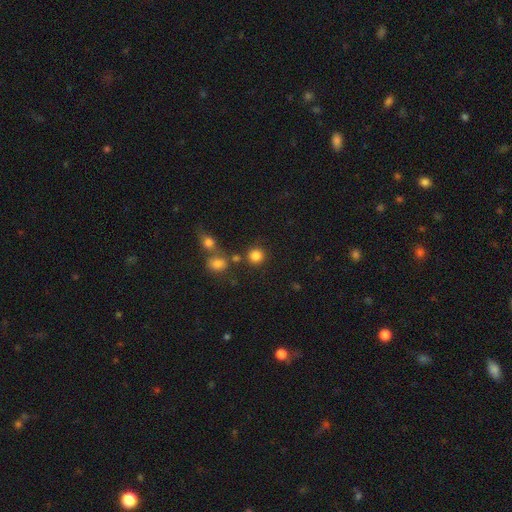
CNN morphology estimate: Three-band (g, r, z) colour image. It shows a smooth galaxy with no disk features (82%) that is round (91%). Merging: none (79%).